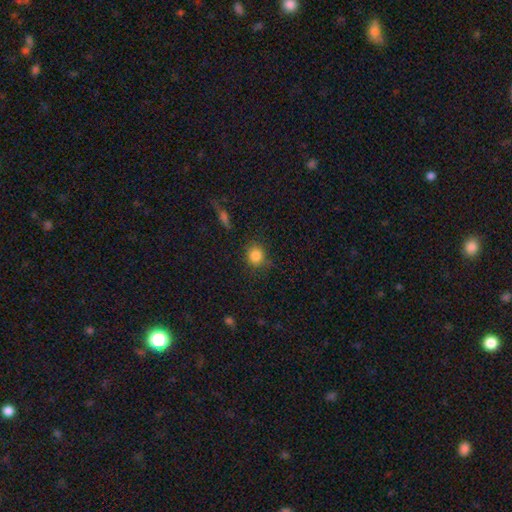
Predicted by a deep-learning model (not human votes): Overall: smooth (85%). How rounded: round (86%). Merging: none (82%).